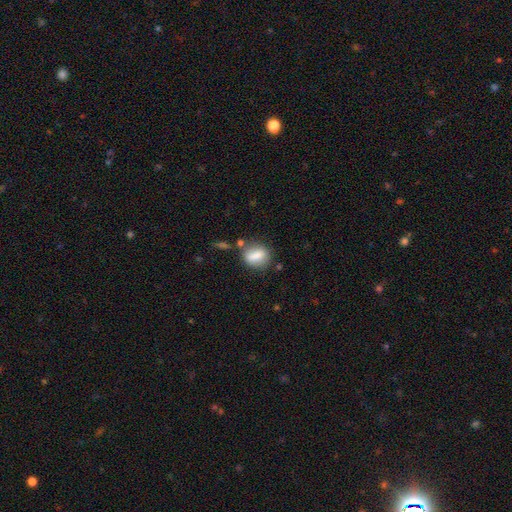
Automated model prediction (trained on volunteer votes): The model was most divided on "how rounded": in between: 56%, round: 34%, cigar-shaped: 10%. More confident: smooth or featured — smooth (74%); merging — none (68%).